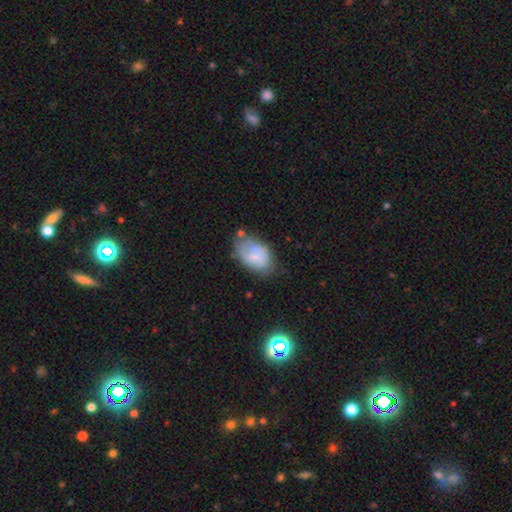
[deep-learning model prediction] Morphology: type=smooth (62%); roundness=in between (90%); merging=none (53%).